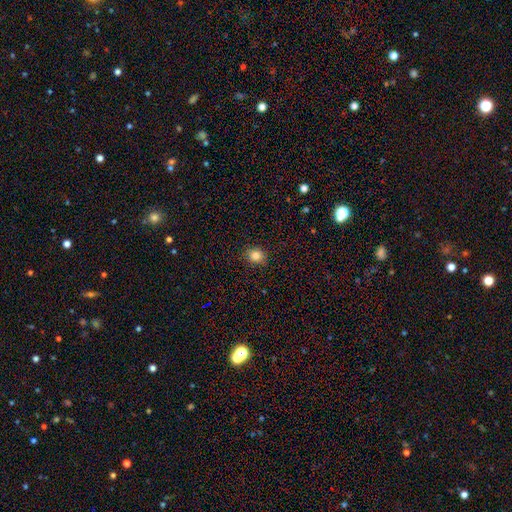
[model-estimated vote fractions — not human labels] The model was most divided on "how rounded": round: 72%, in between: 27%, cigar-shaped: 1%. More confident: merging — none (87%); smooth or featured — smooth (83%).